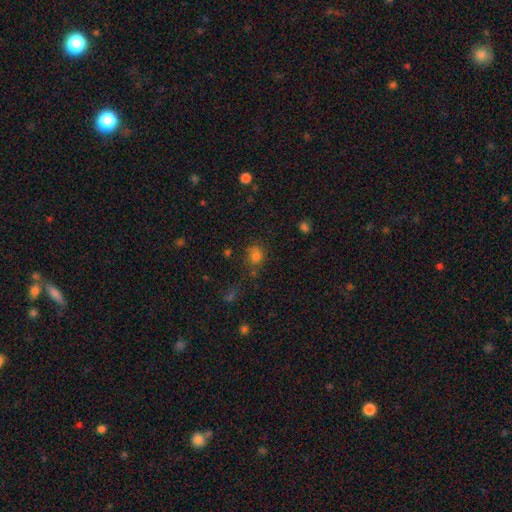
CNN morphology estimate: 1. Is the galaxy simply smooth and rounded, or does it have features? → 75% smooth, 18% star or artifact, 7% featured or disk.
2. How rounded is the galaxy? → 61% round, 37% in between, 1% cigar-shaped.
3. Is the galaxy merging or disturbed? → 63% none, 19% minor disturbance, 9% merger, 8% major disturbance.